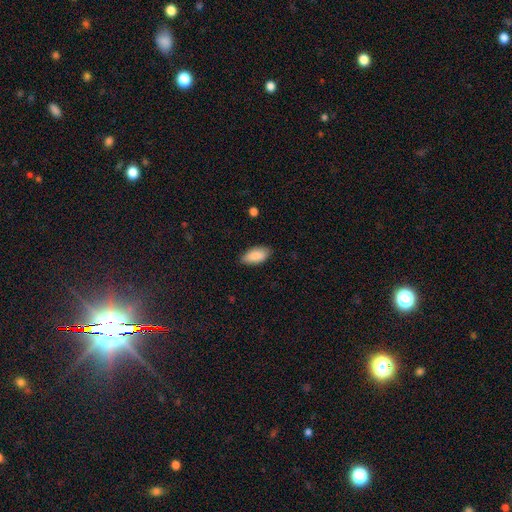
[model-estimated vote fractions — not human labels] Smooth or featured? smooth (89%)
How rounded? in between (91%)
Merging? none (82%)